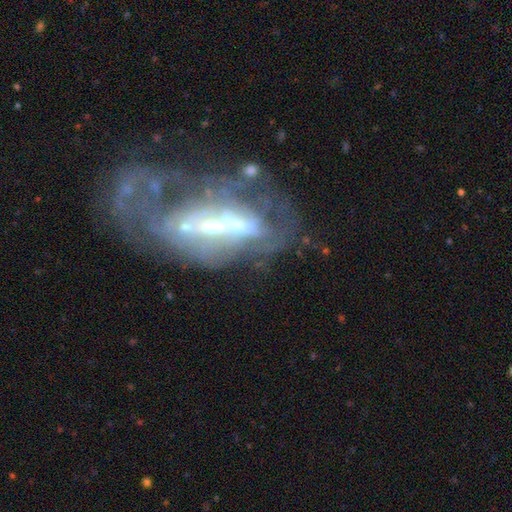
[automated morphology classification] A featured or disk galaxy (74%) with no bar (43%), no spiral arms (58%) and a small central bulge (47%).

Vote fractions:
- Smooth or featured? featured or disk: 74% / smooth: 13% / star or artifact: 12%
- Edge-on disk? no: 86% / yes: 14%
- Bar? no: 43% / strong: 31% / weak: 26%
- Spiral arms? no: 58% / yes: 42%
- Bulge size? small: 47% / moderate: 37% / none: 8% / large: 6% / dominant: 2%
- Merging? major disturbance: 38% / merger: 27% / none: 23% / minor disturbance: 13%